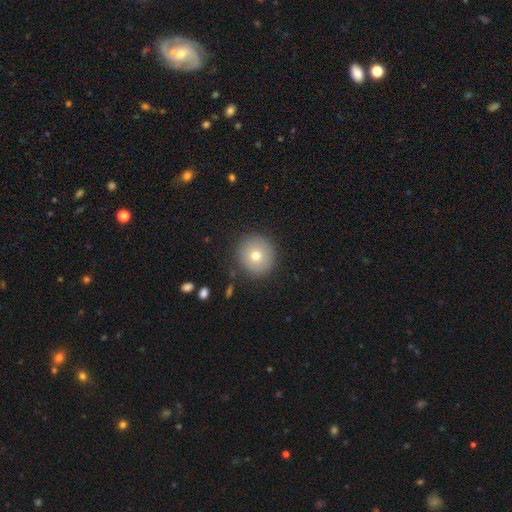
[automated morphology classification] Smooth or featured?
  - smooth: 72% *
  - featured or disk: 16%
  - star or artifact: 11%
How rounded?
  - round: 94% *
  - in between: 5%
  - cigar-shaped: 1%
Merging?
  - none: 88% *
  - minor disturbance: 8%
  - major disturbance: 3%
  - merger: 1%